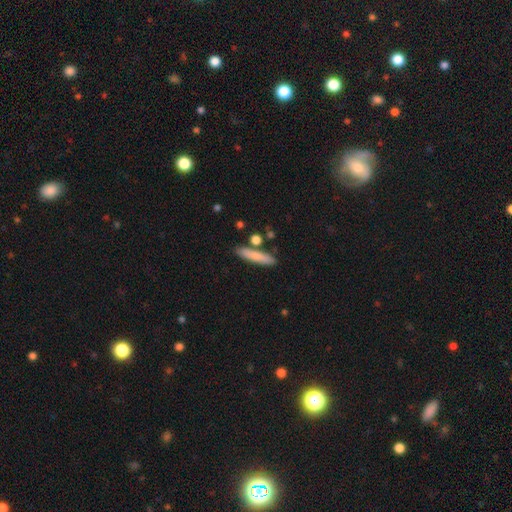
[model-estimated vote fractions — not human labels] smooth_or_featured: smooth (p=0.78) [alt: featured or disk p=0.16]
how_rounded: cigar-shaped (p=0.85) [alt: in between p=0.13]
merging: none (p=0.80) [alt: minor disturbance p=0.10]